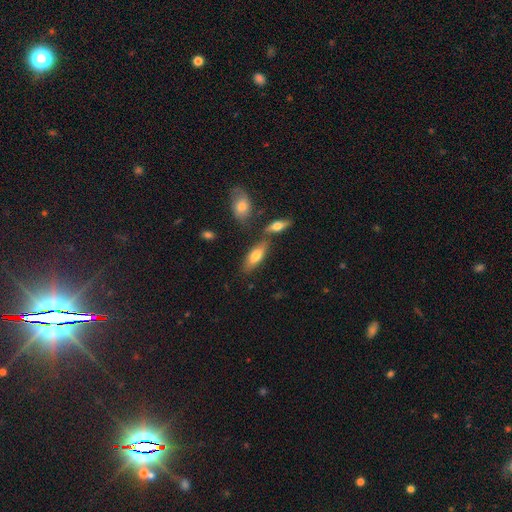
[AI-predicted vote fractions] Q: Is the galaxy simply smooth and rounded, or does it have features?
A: smooth — 71%.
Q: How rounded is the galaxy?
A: in between — 69%.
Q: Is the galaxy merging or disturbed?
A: none — 67%.